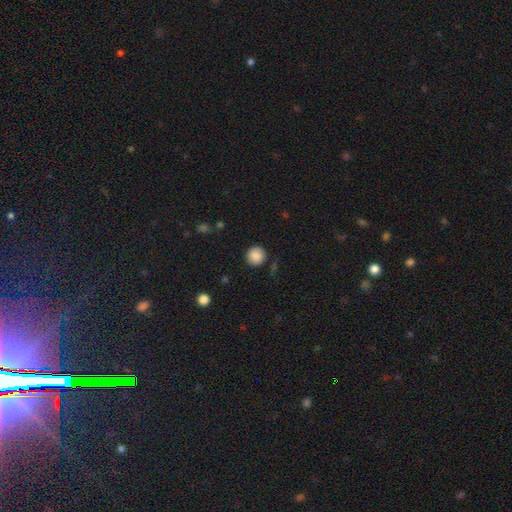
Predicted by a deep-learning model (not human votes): A smooth galaxy with no disk features (87%) that is round (93%). Merging: none (89%).